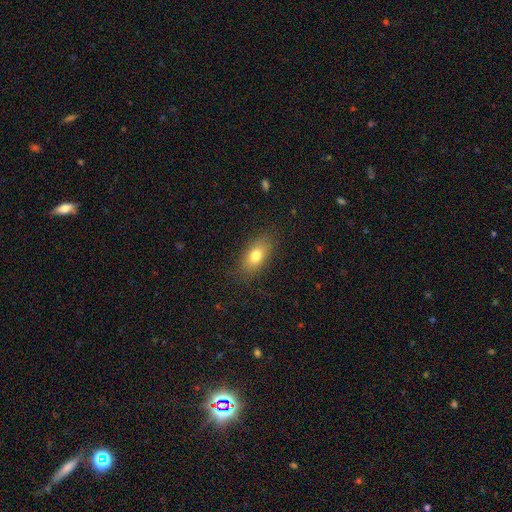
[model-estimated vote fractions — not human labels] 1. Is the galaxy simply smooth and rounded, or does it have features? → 77% smooth, 14% featured or disk, 9% star or artifact.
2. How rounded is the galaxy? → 84% in between, 9% round, 7% cigar-shaped.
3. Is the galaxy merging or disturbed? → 84% none, 11% minor disturbance, 4% major disturbance, 1% merger.